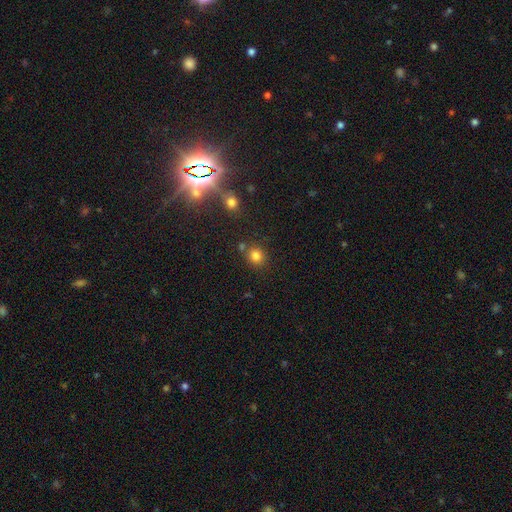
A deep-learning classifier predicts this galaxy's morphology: A smooth galaxy with no disk features (81%) that is round (83%).

Vote fractions:
- Smooth or featured? smooth: 81% / star or artifact: 13% / featured or disk: 6%
- How rounded? round: 83% / in between: 16% / cigar-shaped: 1%
- Merging? none: 74% / merger: 12% / minor disturbance: 10% / major disturbance: 4%